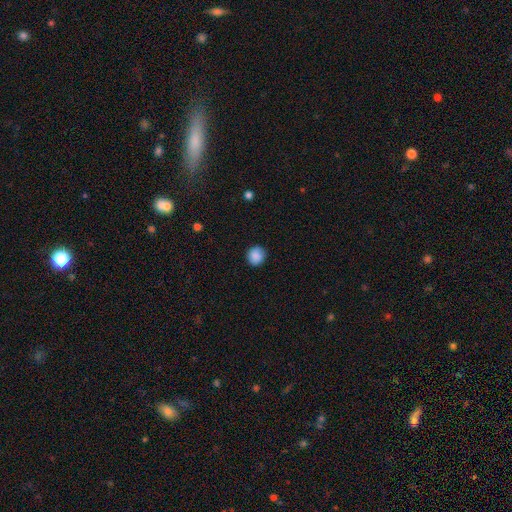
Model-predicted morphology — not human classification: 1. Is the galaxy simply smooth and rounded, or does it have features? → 87% smooth, 8% star or artifact, 4% featured or disk.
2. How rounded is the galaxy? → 86% round, 13% in between, 1% cigar-shaped.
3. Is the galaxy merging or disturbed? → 86% none, 11% minor disturbance, 3% major disturbance, 1% merger.